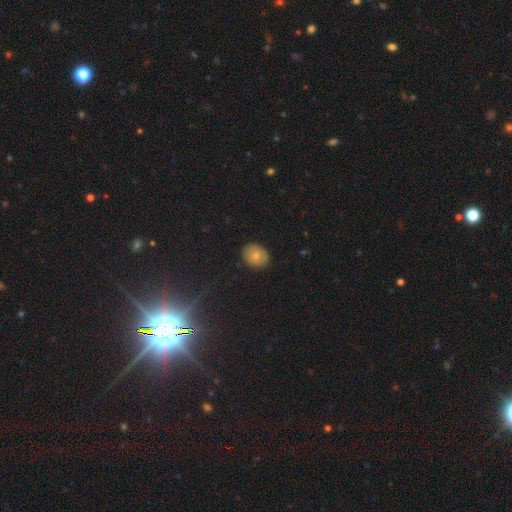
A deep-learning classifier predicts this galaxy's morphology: Q: Smooth or featured?
A: smooth (73%); runner-up: featured or disk (16%)
Q: How rounded?
A: round (61%); runner-up: in between (38%)
Q: Merging?
A: none (87%); runner-up: minor disturbance (10%)